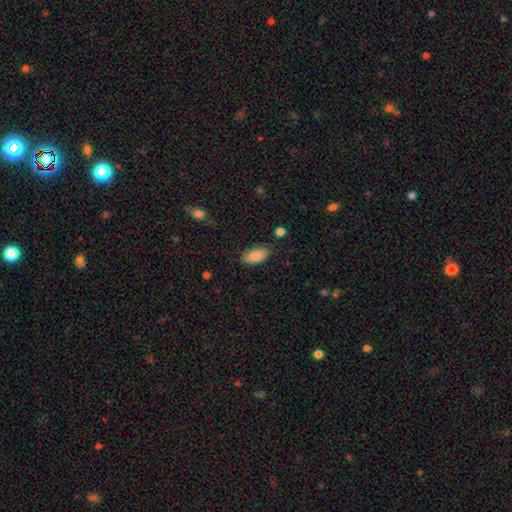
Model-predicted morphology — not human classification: A smooth galaxy with no disk features (87%) that is in between round and cigar-shaped (94%). Merging: none (77%).